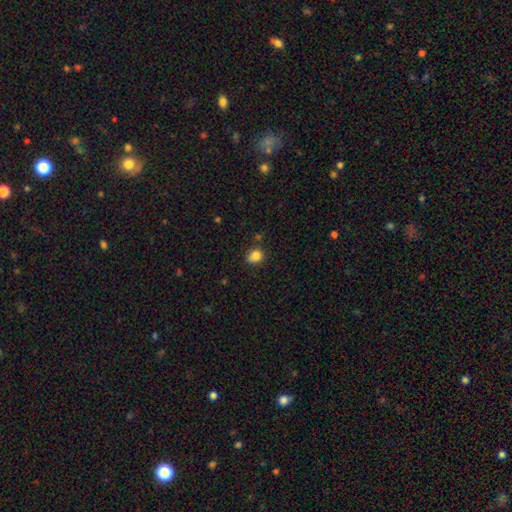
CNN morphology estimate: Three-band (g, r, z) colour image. It shows a smooth galaxy with no disk features (83%) that is round (63%). Merging: none (72%).